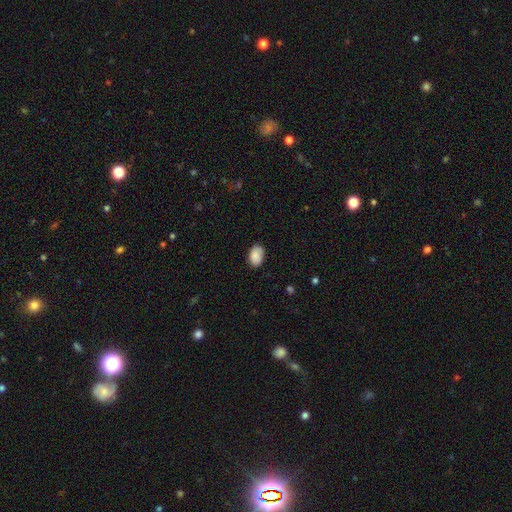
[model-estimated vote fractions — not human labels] Smooth or featured?
  - smooth: 88% *
  - star or artifact: 7%
  - featured or disk: 5%
How rounded?
  - in between: 86% *
  - round: 13%
  - cigar-shaped: 1%
Merging?
  - none: 82% *
  - minor disturbance: 15%
  - major disturbance: 3%
  - merger: 1%